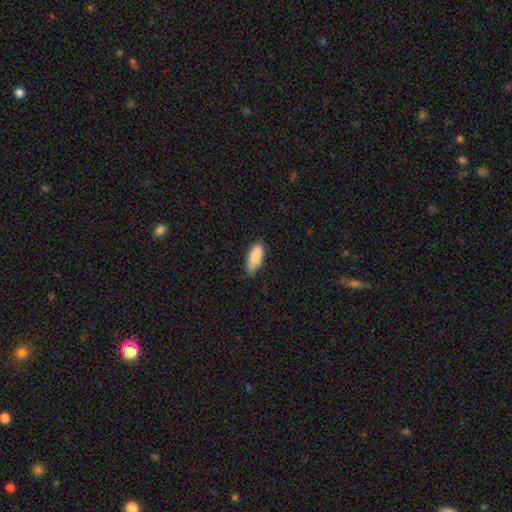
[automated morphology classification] Overall: smooth (88%). How rounded: in between (83%). Merging: none (64%; minor disturbance 30%).